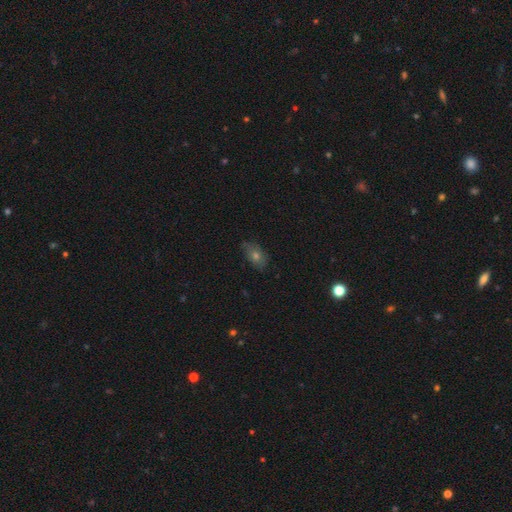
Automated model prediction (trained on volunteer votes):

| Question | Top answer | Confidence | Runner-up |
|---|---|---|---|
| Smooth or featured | smooth | 56% | featured or disk (25%) |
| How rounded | in between | 79% | round (17%) |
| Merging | none | 71% | minor disturbance (22%) |